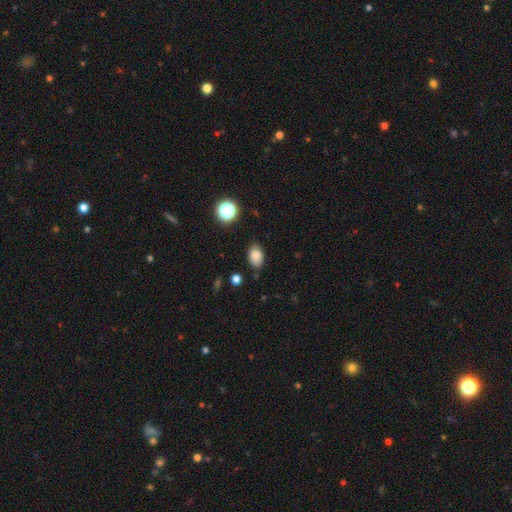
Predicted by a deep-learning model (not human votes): This appears to be a smooth galaxy with no disk features (84%) that is in between round and cigar-shaped (85%). Merging: none (80%).